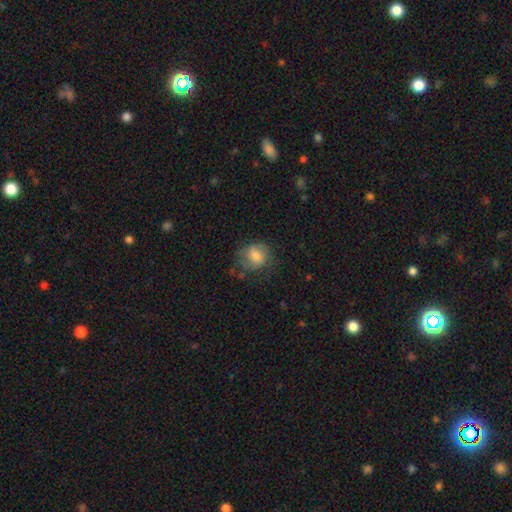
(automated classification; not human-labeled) Overall: smooth (62%; featured or disk 29%). How rounded: round (67%; in between 32%). Merging: none (56%; minor disturbance 26%).